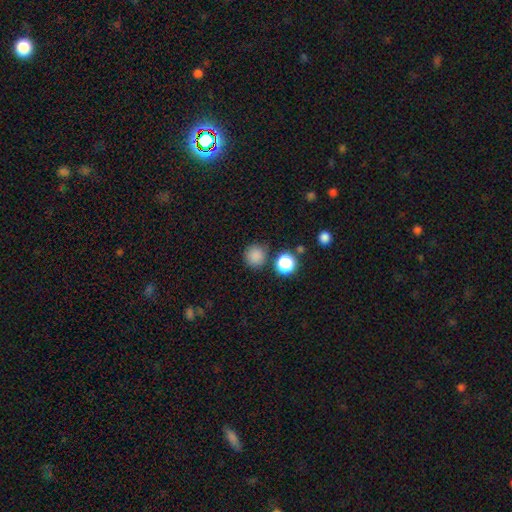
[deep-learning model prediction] smooth_or_featured: smooth (p=0.83) [alt: star or artifact p=0.13]
how_rounded: round (p=0.92) [alt: in between p=0.07]
merging: none (p=0.82) [alt: minor disturbance p=0.09]